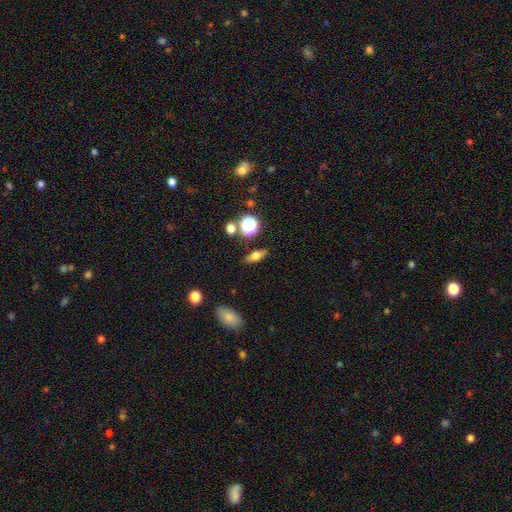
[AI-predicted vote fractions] smooth_or_featured: smooth (p=0.59) [alt: featured or disk p=0.28]
how_rounded: in between (p=0.60) [alt: cigar-shaped p=0.28]
merging: none (p=0.84) [alt: minor disturbance p=0.10]